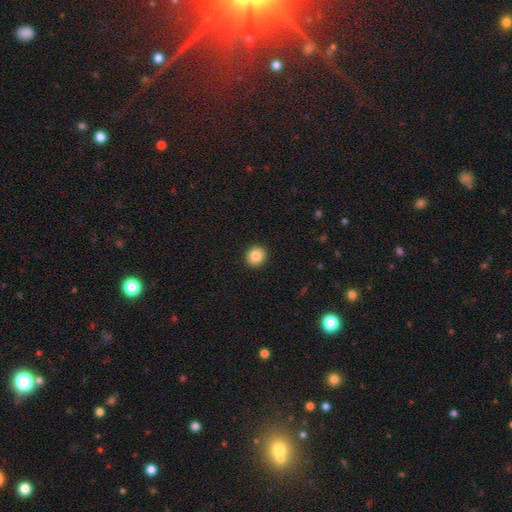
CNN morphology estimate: A smooth galaxy with no disk features (85%) that is round (87%). Merging: none (93%).